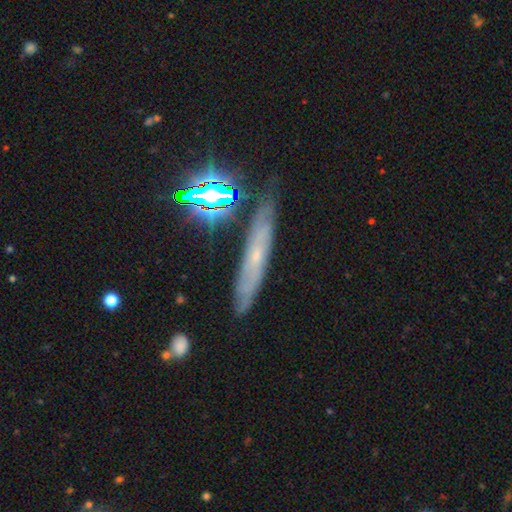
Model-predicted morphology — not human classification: featured or disk 52%, smooth 29%, star or artifact 19%. Down the decision tree: edge-on disk — yes (62%); merging — none (79%).